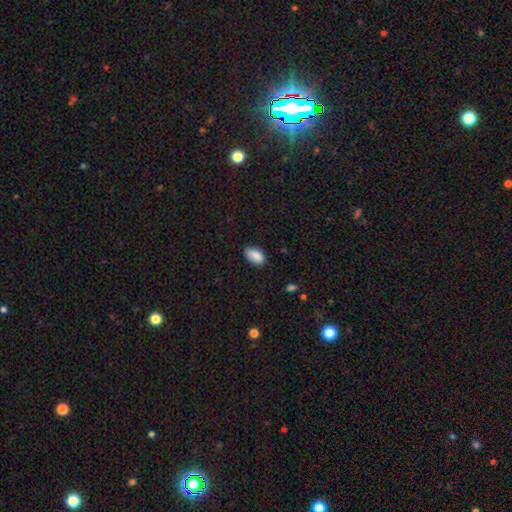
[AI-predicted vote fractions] A smooth galaxy with no disk features (87%) that is in between round and cigar-shaped (93%).

Vote fractions:
- Smooth or featured? smooth: 87% / star or artifact: 7% / featured or disk: 6%
- How rounded? in between: 93% / round: 5% / cigar-shaped: 2%
- Merging? none: 76% / minor disturbance: 20% / major disturbance: 3% / merger: 1%